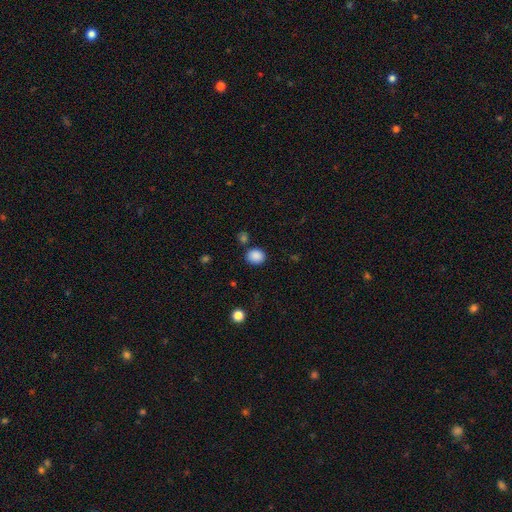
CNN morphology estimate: Smooth or featured?
  - smooth: 87% *
  - star or artifact: 10%
  - featured or disk: 3%
How rounded?
  - round: 65% *
  - in between: 34%
  - cigar-shaped: 1%
Merging?
  - none: 80% *
  - minor disturbance: 10%
  - merger: 6%
  - major disturbance: 3%